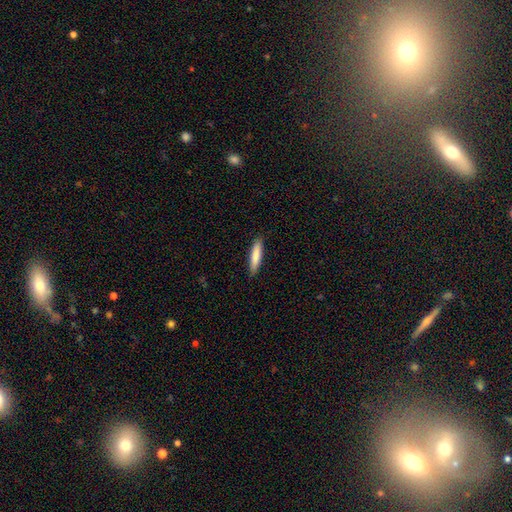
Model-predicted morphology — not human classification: A smooth galaxy with no disk features (82%) that is cigar-shaped (84%). Merging: none (89%).